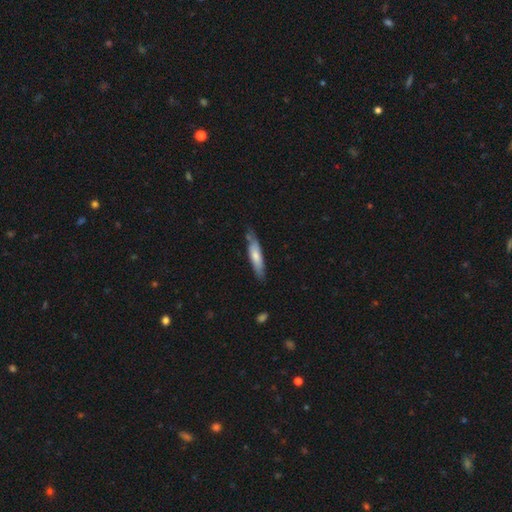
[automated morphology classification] smooth 65%, featured or disk 30%, star or artifact 5%. Down the decision tree: how rounded — cigar-shaped (77%); merging — none (71%).